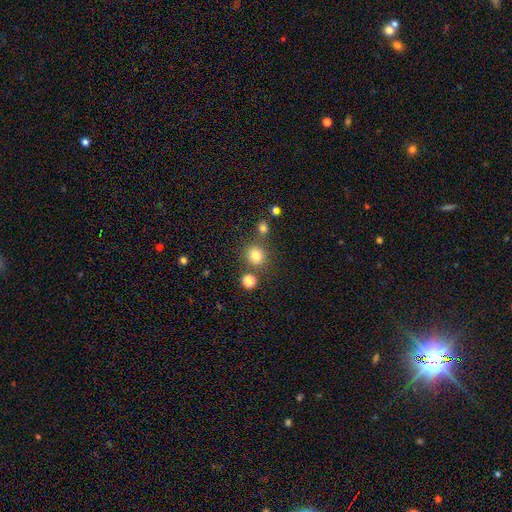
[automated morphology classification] Smooth or featured? smooth (80%)
How rounded? round (90%)
Merging? none (77%)